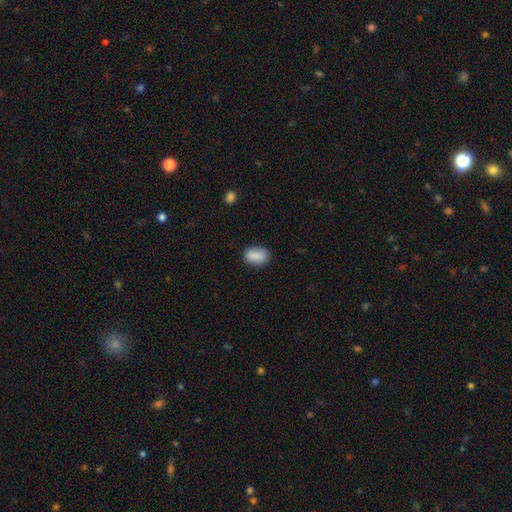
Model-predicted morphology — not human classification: smooth 86%, star or artifact 7%, featured or disk 6%. Down the decision tree: how rounded — in between (84%); merging — none (83%).